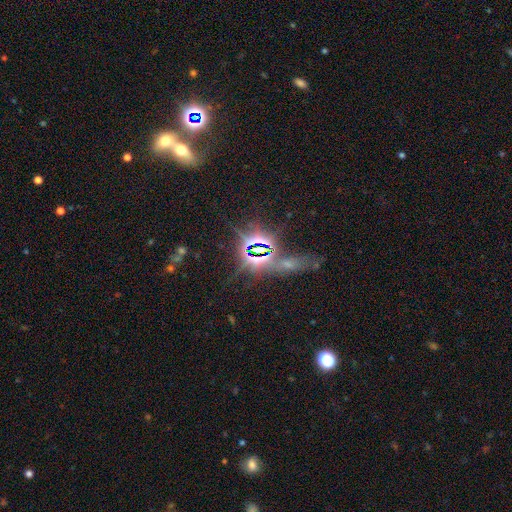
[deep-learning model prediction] Morphology: type=star or artifact (81%).